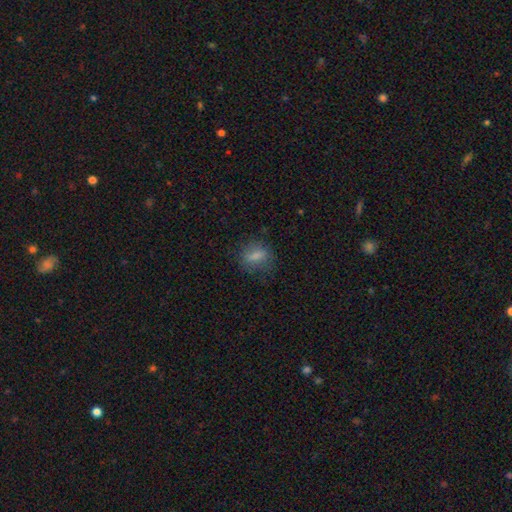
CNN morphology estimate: A smooth galaxy with no disk features (75%) that is in between round and cigar-shaped (63%). Merging: none (71%).